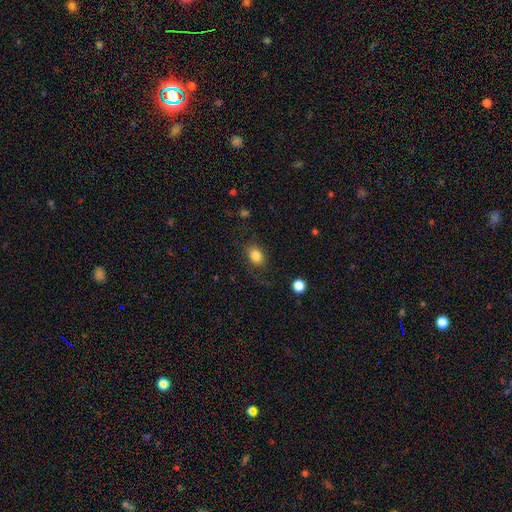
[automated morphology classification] The model was most divided on "how rounded": in between: 67%, round: 32%, cigar-shaped: 1%. More confident: smooth or featured — smooth (84%); merging — none (78%).